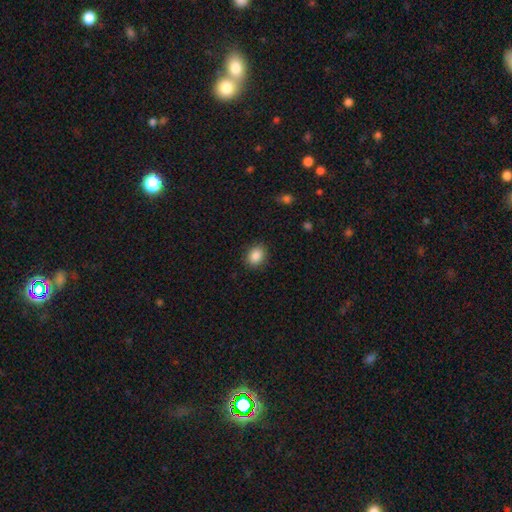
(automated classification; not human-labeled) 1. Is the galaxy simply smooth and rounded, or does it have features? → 88% smooth, 9% star or artifact, 4% featured or disk.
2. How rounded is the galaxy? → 54% in between, 45% round, 1% cigar-shaped.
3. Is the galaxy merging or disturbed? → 88% none, 8% minor disturbance, 2% major disturbance, 1% merger.